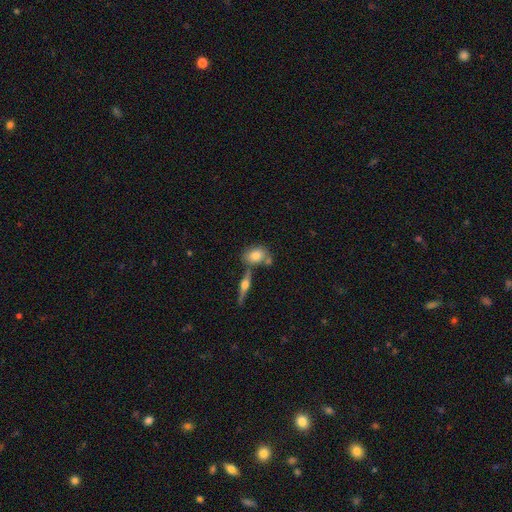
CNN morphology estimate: A smooth galaxy with no disk features (72%) that is in between round and cigar-shaped (71%). Merging: none (57%).